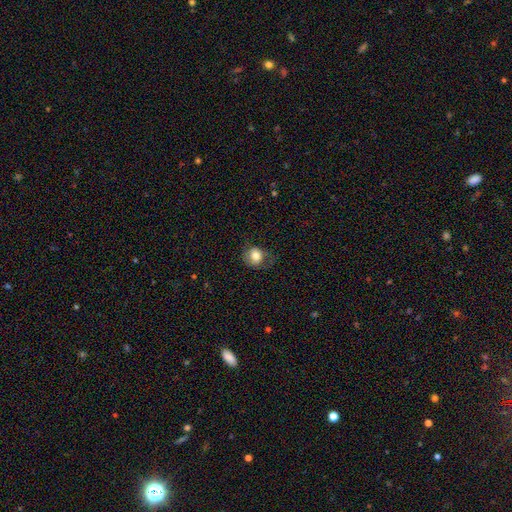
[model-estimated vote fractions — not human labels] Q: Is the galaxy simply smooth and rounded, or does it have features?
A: smooth — 76%.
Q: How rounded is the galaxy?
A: round — 72%.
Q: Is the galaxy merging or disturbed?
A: none — 63%.